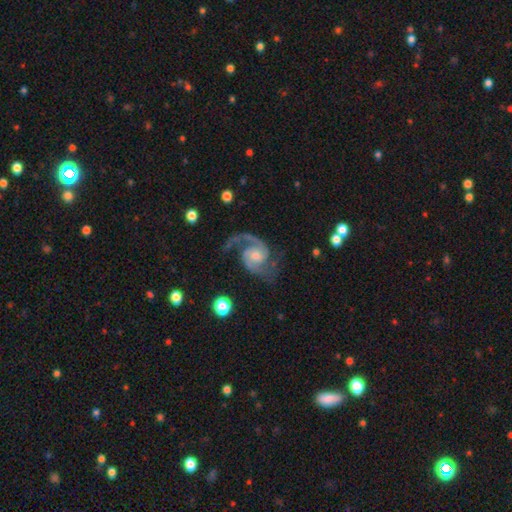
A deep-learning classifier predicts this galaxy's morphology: Smooth or featured? featured or disk (92%)
Edge-on disk? no (98%)
Bar? no (60%)
Spiral arms? yes (98%)
Spiral winding? medium (60%)
Spiral arm count? 2 (91%)
Bulge size? small (50%)
Merging? none (72%)